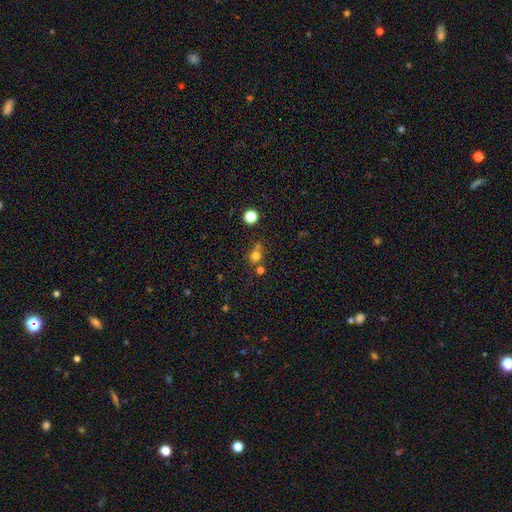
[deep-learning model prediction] smooth-or-featured: smooth: 72% | star or artifact: 19% | featured or disk: 9%
  how-rounded: round: 85% | in between: 13% | cigar-shaped: 1%
  merging: none: 58% | merger: 27% | minor disturbance: 10% | major disturbance: 4%